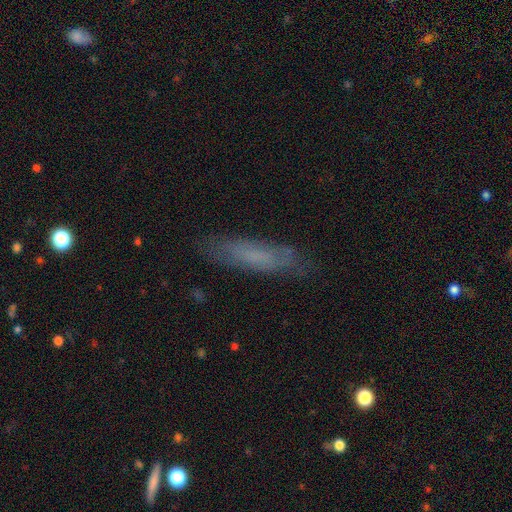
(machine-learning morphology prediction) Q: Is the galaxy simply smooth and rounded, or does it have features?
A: smooth — 57%.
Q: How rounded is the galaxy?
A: cigar-shaped — 75%.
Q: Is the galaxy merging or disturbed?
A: none — 79%.